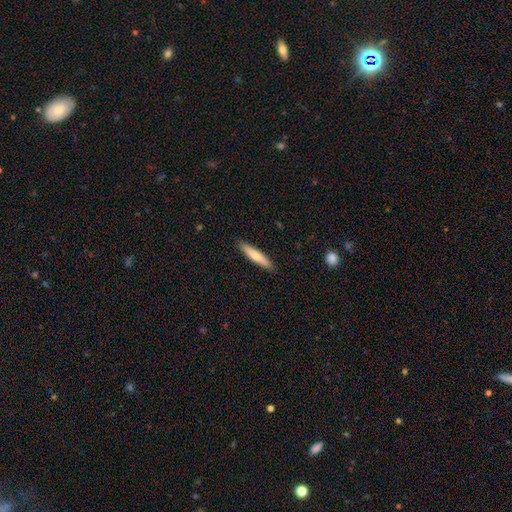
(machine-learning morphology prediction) smooth-or-featured: smooth: 65% | featured or disk: 30% | star or artifact: 5%
  how-rounded: cigar-shaped: 90% | in between: 9% | round: 1%
  merging: none: 90% | minor disturbance: 8% | major disturbance: 1% | merger: 1%